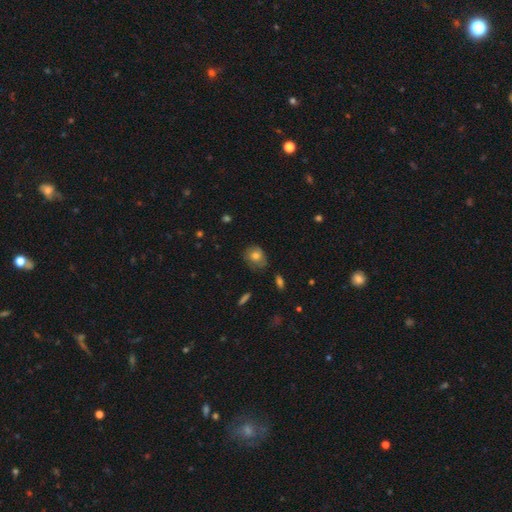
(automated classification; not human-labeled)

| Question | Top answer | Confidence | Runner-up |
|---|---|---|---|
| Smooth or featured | smooth | 71% | featured or disk (19%) |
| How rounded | round | 66% | in between (33%) |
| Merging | none | 66% | minor disturbance (25%) |